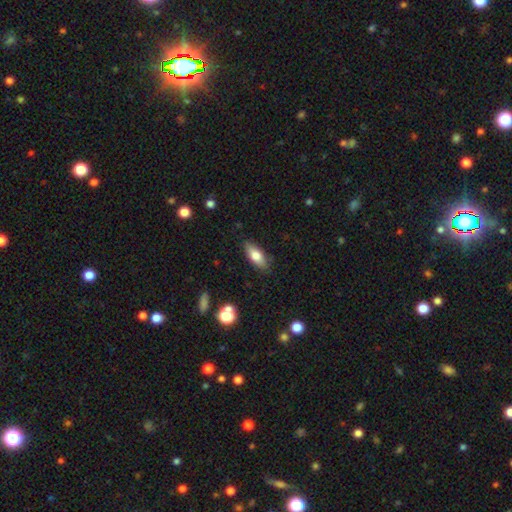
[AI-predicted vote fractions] This appears to be a smooth galaxy with no disk features (71%) that is in between round and cigar-shaped (73%). Merging: none (84%).